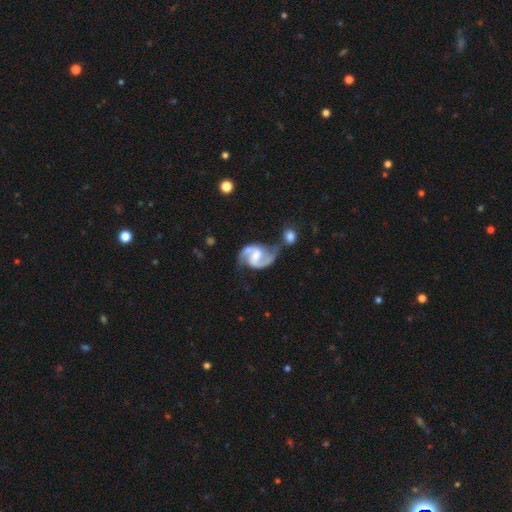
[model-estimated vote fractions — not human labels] Morphology: type=featured or disk (90%); edge-on=no (98%); bar=weak (47%); spiral arms=yes (97%); winding=medium (57%); arm count=2 (93%); bulge=moderate (38%); merging=none (48%).